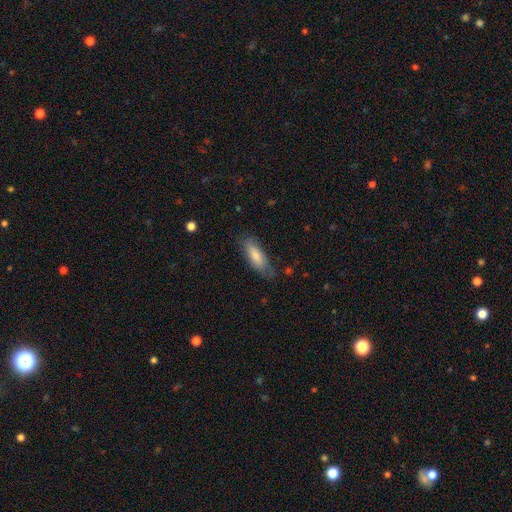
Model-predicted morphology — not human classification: Smooth or featured: smooth — 76% (featured or disk — 18%)
How rounded: in between — 68% (cigar-shaped — 30%)
Merging: none — 67% (minor disturbance — 25%)